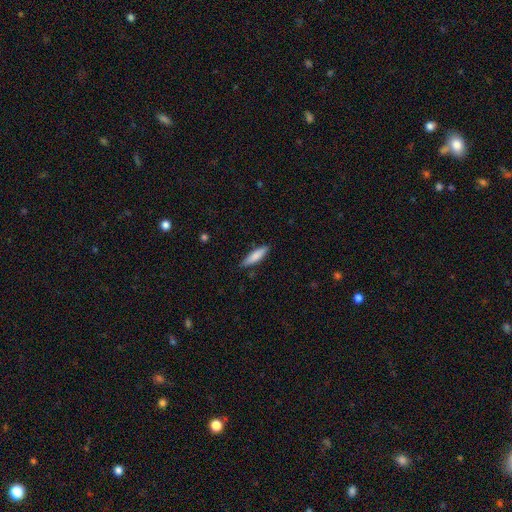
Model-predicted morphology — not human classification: smooth-or-featured: smooth: 80% | featured or disk: 14% | star or artifact: 6%
  how-rounded: cigar-shaped: 68% | in between: 31% | round: 1%
  merging: none: 85% | minor disturbance: 12% | major disturbance: 2% | merger: 1%